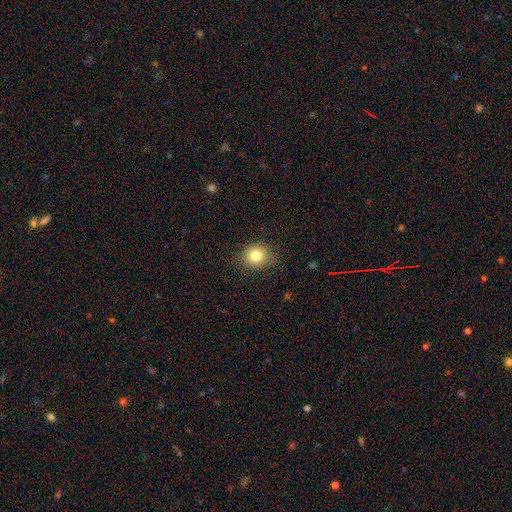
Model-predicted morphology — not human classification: smooth_or_featured: smooth (p=0.81) [alt: star or artifact p=0.11]
how_rounded: round (p=0.71) [alt: in between p=0.28]
merging: none (p=0.80) [alt: minor disturbance p=0.15]